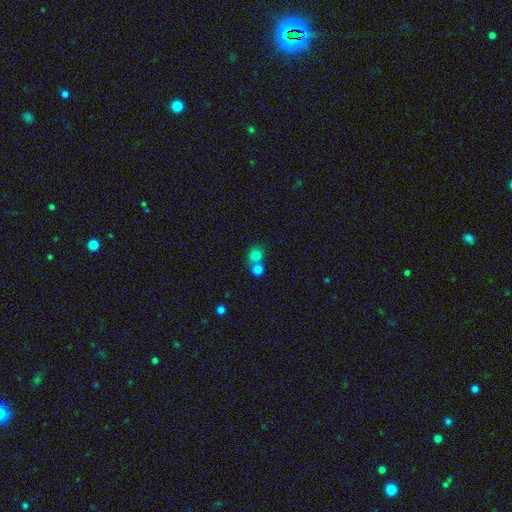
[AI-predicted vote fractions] Morphology: type=smooth (80%); roundness=round (86%); merging=none (49%).